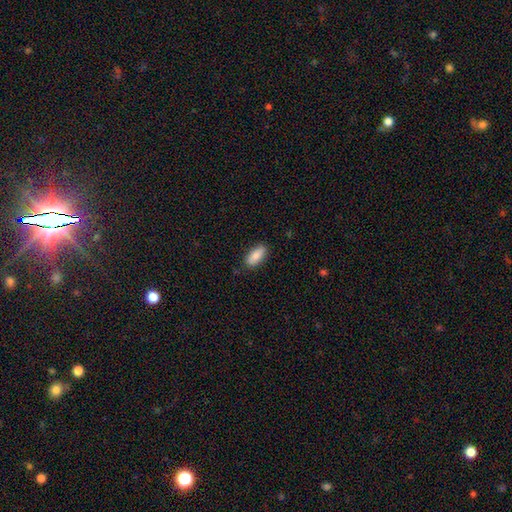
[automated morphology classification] smooth_or_featured: smooth (p=0.83) [alt: featured or disk p=0.10]
how_rounded: in between (p=0.85) [alt: cigar-shaped p=0.12]
merging: none (p=0.84) [alt: minor disturbance p=0.12]